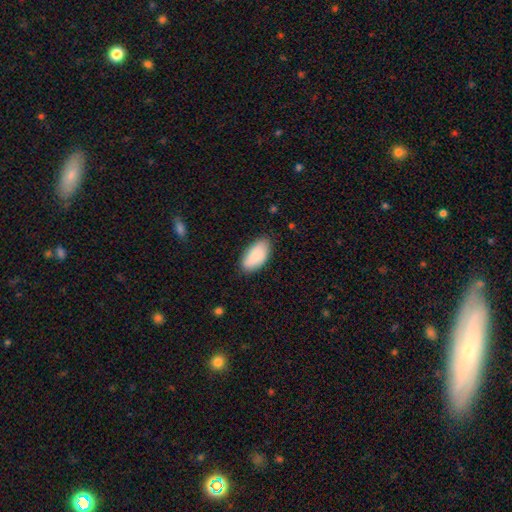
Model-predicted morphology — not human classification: type=smooth (87%); roundness=in between (93%); merging=none (79%).